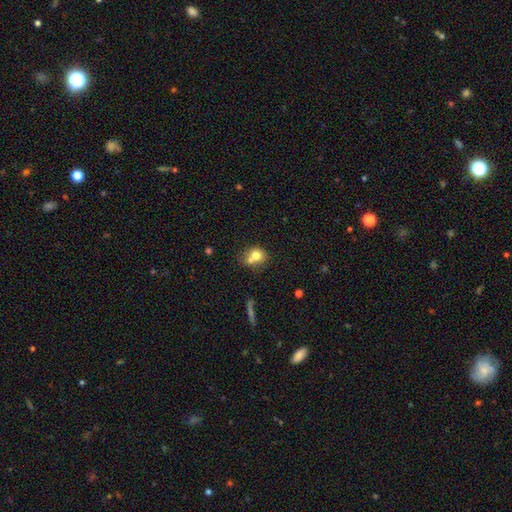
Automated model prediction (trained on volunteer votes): This appears to be a smooth galaxy with no disk features (74%) that is round (74%). Merging: merger (46%).